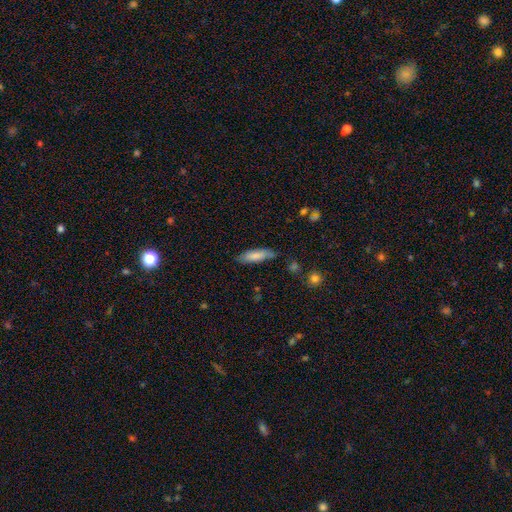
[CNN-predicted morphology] Q: Smooth or featured?
A: smooth (80%); runner-up: featured or disk (14%)
Q: How rounded?
A: cigar-shaped (54%); runner-up: in between (45%)
Q: Merging?
A: none (77%); runner-up: minor disturbance (18%)